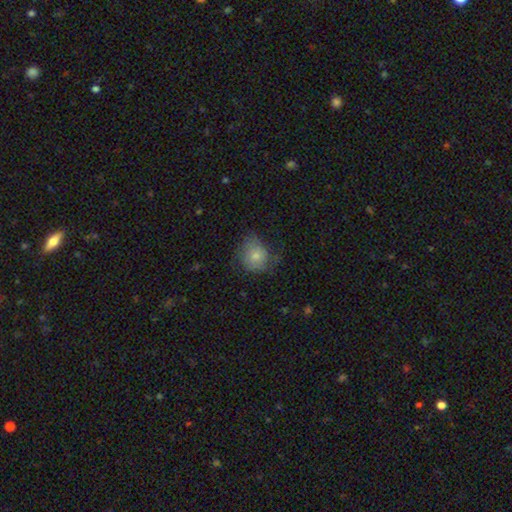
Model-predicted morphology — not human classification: This is likely a smooth galaxy (71%). How rounded: likely round (70%). Merging: possibly none (46%).